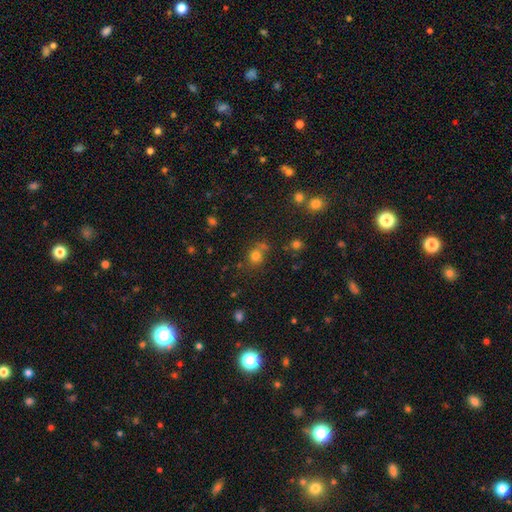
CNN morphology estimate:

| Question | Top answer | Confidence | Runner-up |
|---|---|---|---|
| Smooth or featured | smooth | 74% | star or artifact (18%) |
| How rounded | round | 81% | in between (18%) |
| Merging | none | 62% | merger (20%) |